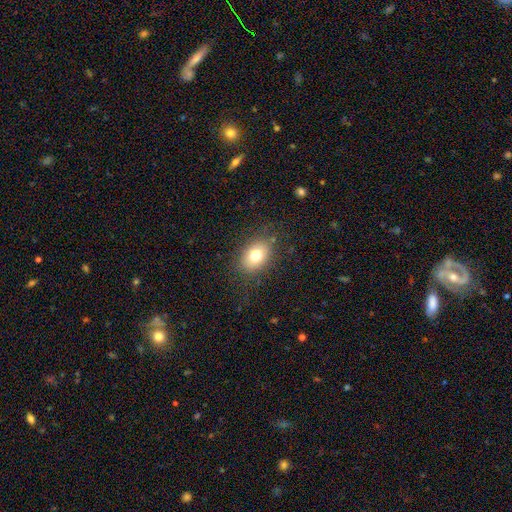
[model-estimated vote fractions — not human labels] smooth 77%, featured or disk 13%, star or artifact 10%. Down the decision tree: how rounded — in between (75%); merging — none (82%).